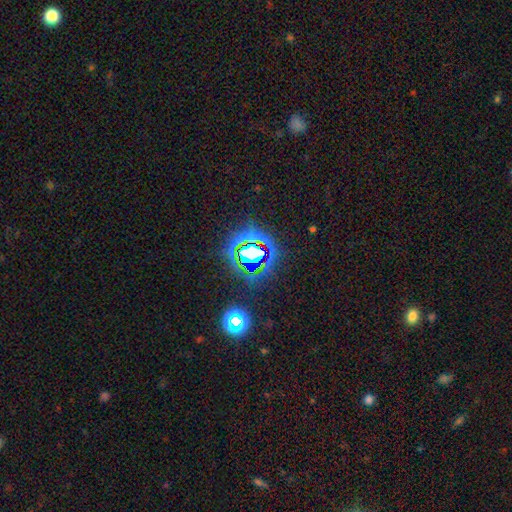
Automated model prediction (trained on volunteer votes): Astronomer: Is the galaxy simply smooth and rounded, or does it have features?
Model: star or artifact — 70%.